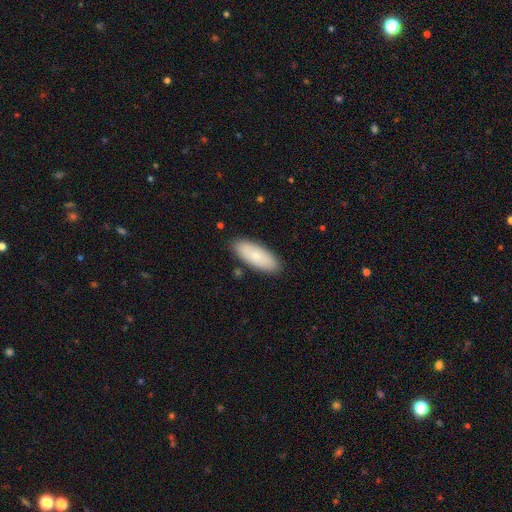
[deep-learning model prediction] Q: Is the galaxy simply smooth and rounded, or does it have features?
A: smooth — 74%.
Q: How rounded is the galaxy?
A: in between — 76%.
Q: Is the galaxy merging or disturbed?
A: none — 87%.